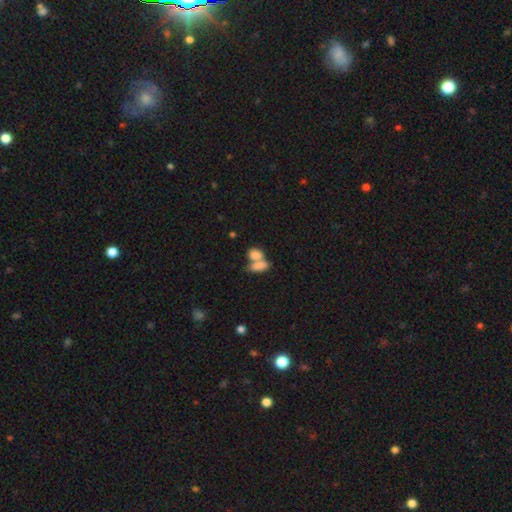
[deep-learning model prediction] Morphology: type=smooth (82%); roundness=in between (82%); merging=merger (63%).